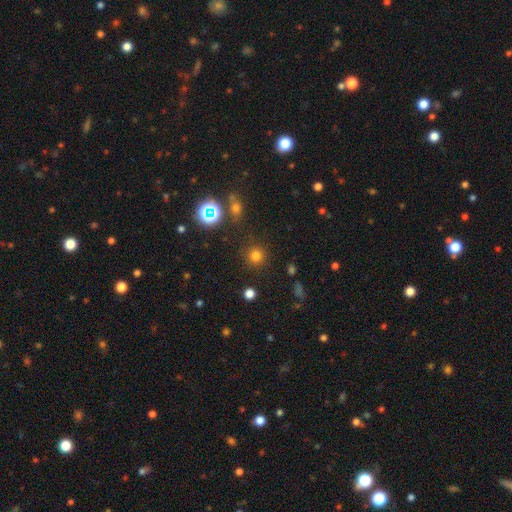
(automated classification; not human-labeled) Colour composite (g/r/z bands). It shows a smooth galaxy with no disk features (74%) that is round (94%). Merging: none (88%).